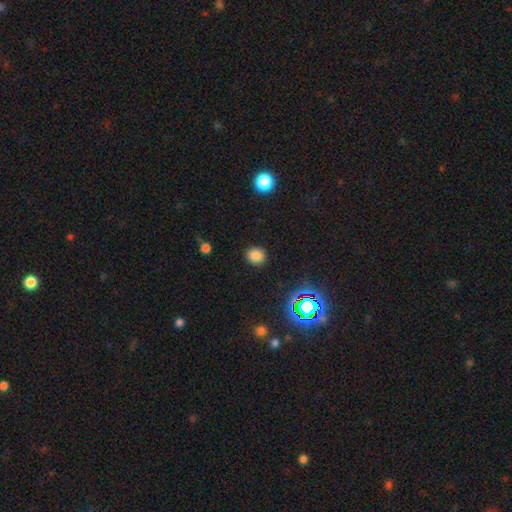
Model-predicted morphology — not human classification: smooth 79%, star or artifact 16%, featured or disk 5%. Down the decision tree: how rounded — round (74%); merging — none (88%).